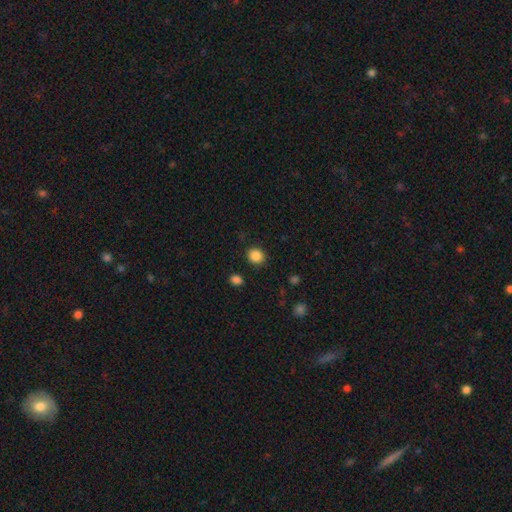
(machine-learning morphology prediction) Smooth or featured? Predicted: smooth (p=0.87). How rounded? Predicted: round (p=0.76). Merging? Predicted: none (p=0.88).